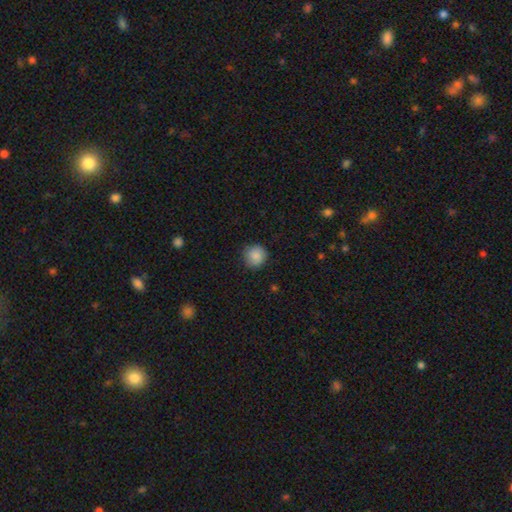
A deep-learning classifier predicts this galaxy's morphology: Smooth or featured? Predicted: smooth (p=0.87). How rounded? Predicted: round (p=0.92). Merging? Predicted: none (p=0.87).